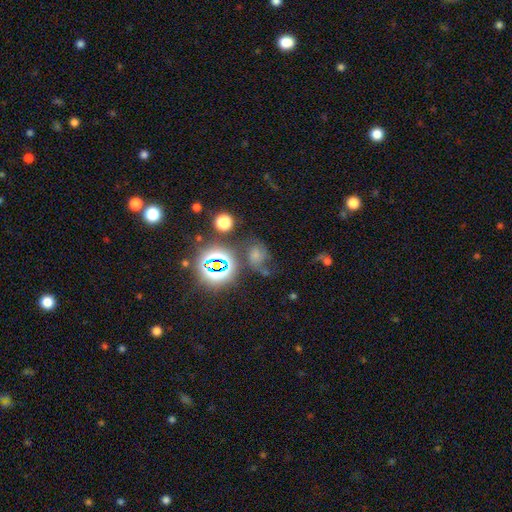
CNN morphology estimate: smooth-or-featured: smooth: 46% | star or artifact: 36% | featured or disk: 19%
  merging: none: 47% | minor disturbance: 22% | major disturbance: 19% | merger: 12%